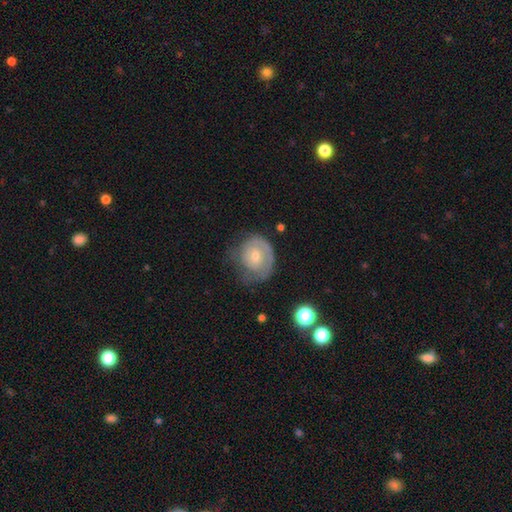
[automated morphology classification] This is likely a featured or disk galaxy (66%). It is clearly not viewed edge-on (97%). Bar: likely no (74%). Spiral arm pattern: likely yes (79%). Spiral arm count: marginally 1 (36%). Spiral winding: likely tight (67%). Central bulge: possibly small (57%). Merging: possibly none (59%).